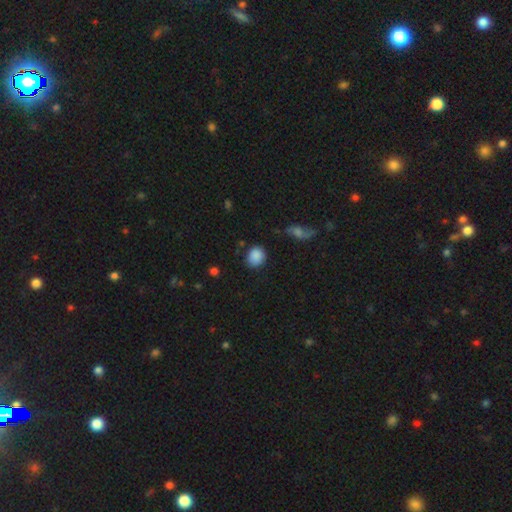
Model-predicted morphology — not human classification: Overall: smooth (86%). How rounded: round (68%; in between 31%). Merging: none (74%).